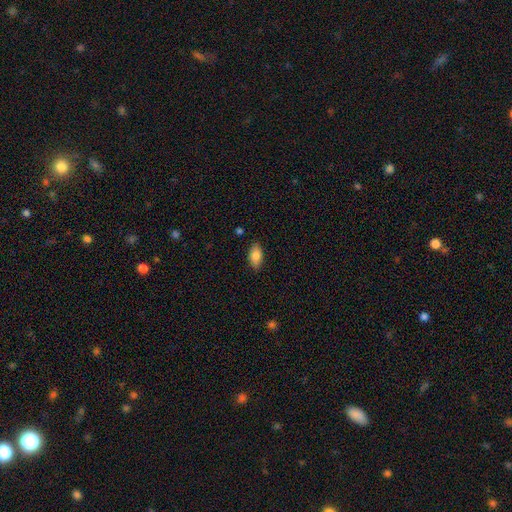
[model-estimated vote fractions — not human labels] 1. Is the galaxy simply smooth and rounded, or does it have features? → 85% smooth, 8% featured or disk, 7% star or artifact.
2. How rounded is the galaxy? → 93% in between, 4% round, 3% cigar-shaped.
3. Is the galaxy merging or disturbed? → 86% none, 10% minor disturbance, 2% major disturbance, 1% merger.